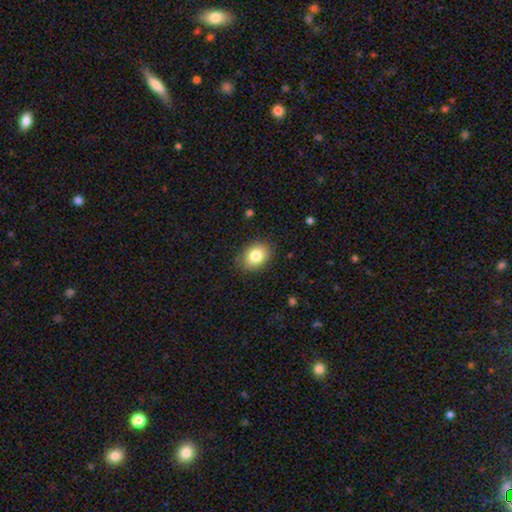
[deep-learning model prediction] The model was most divided on "how rounded": in between: 67%, round: 32%, cigar-shaped: 1%. More confident: merging — none (84%); smooth or featured — smooth (82%).